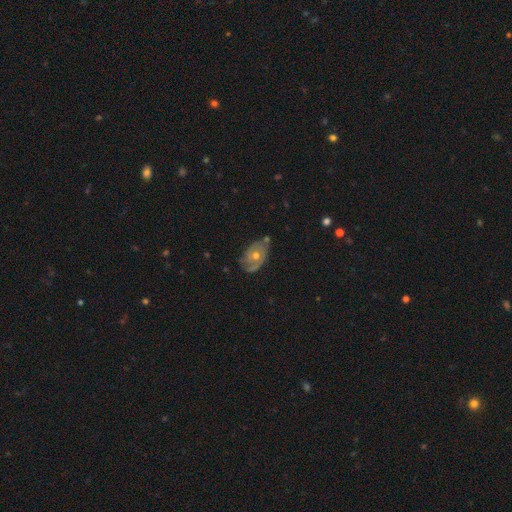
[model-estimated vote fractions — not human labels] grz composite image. It shows a featured or disk galaxy (73%) with no bar (80%), 2 (44%) tight (54%) spiral arms (78%) and a moderate central bulge (64%). Merging: none (66%).